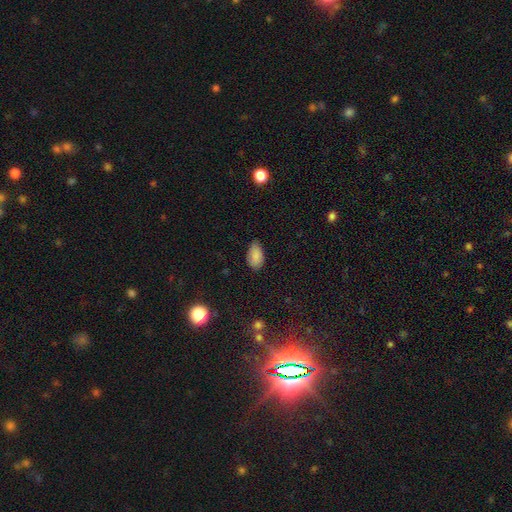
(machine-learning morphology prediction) Overall: smooth (85%). How rounded: in between (93%). Merging: none (65%; minor disturbance 30%).